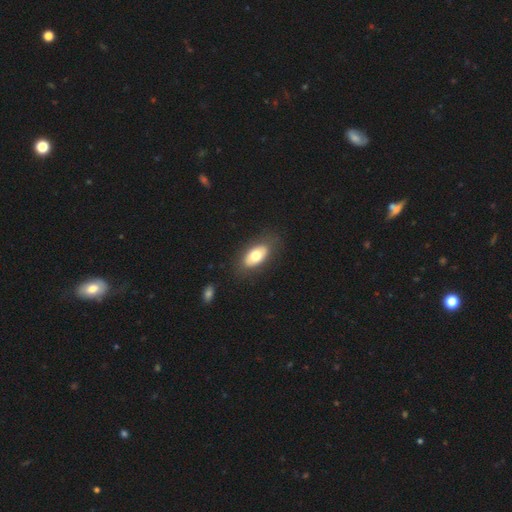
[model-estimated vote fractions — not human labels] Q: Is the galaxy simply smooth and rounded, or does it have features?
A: smooth — 67%.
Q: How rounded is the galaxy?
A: in between — 91%.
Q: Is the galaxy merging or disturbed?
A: none — 82%.